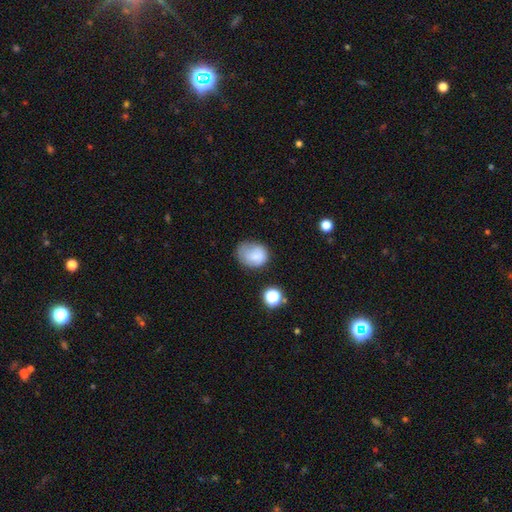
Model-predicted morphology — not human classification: Overall: smooth (76%). How rounded: round (50%; in between 49%). Merging: none (50%; minor disturbance 32%).